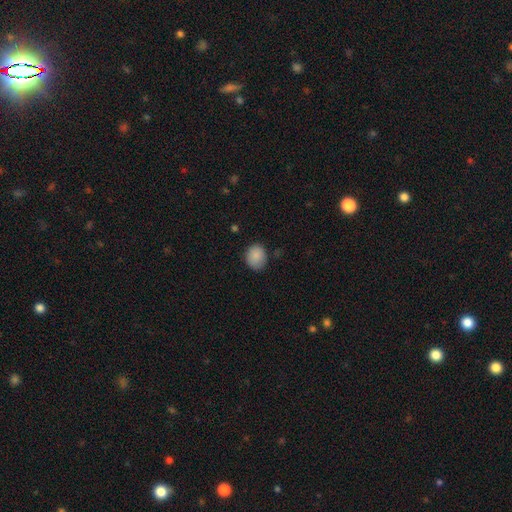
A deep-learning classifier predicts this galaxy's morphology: Overall: smooth (88%). How rounded: round (60%; in between 39%). Merging: none (78%).